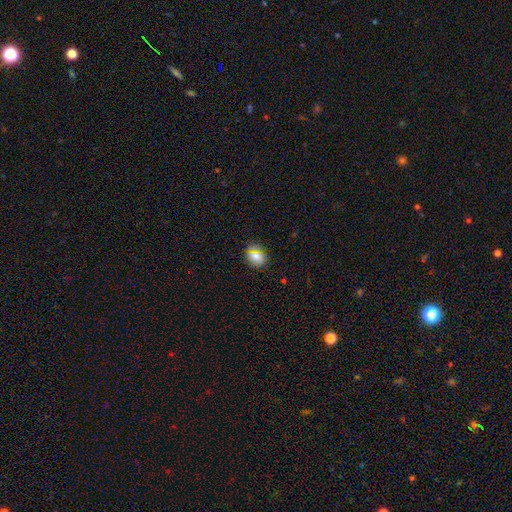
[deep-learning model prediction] Overall: smooth (73%). How rounded: round (69%; in between 29%). Merging: none (85%).